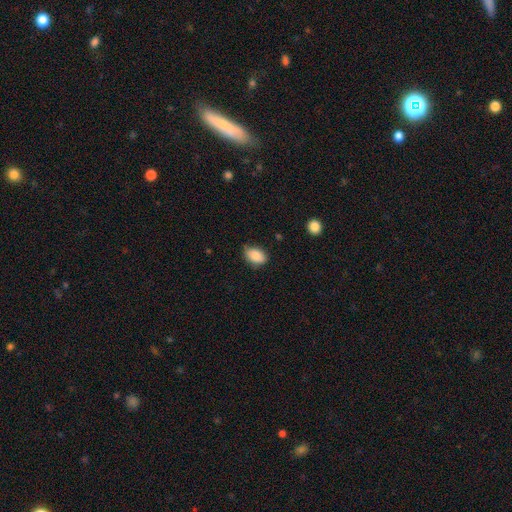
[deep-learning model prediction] A smooth galaxy with no disk features (88%) that is in between round and cigar-shaped (88%).

Vote fractions:
- Smooth or featured? smooth: 88% / star or artifact: 7% / featured or disk: 5%
- How rounded? in between: 88% / round: 11% / cigar-shaped: 1%
- Merging? none: 73% / minor disturbance: 22% / major disturbance: 3% / merger: 1%